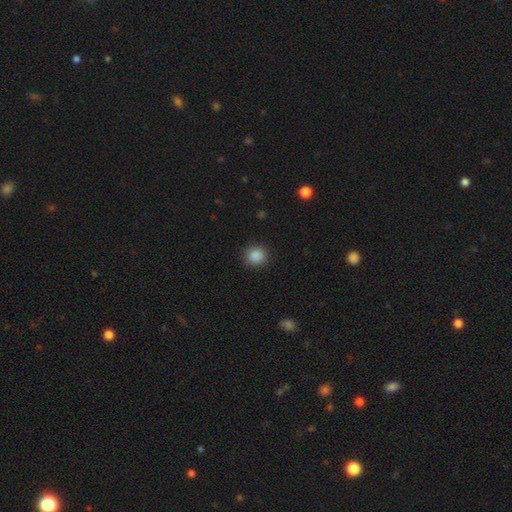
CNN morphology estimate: A smooth galaxy with no disk features (87%) that is round (91%).

Vote fractions:
- Smooth or featured? smooth: 87% / star or artifact: 10% / featured or disk: 3%
- How rounded? round: 91% / in between: 8% / cigar-shaped: 1%
- Merging? none: 90% / minor disturbance: 7% / major disturbance: 2% / merger: 1%